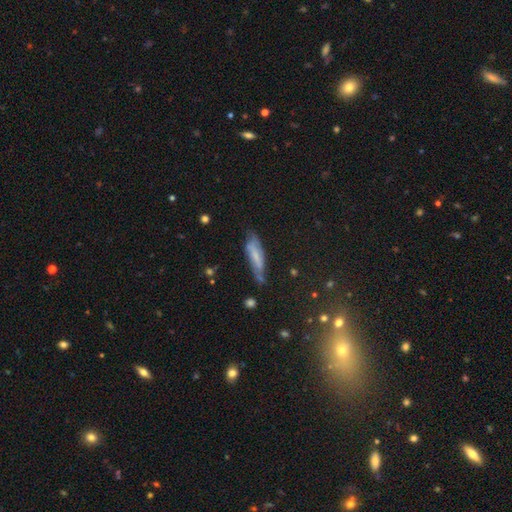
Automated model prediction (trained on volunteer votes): Smooth or featured?
  - smooth: 52% *
  - featured or disk: 37%
  - star or artifact: 12%
How rounded?
  - cigar-shaped: 67% *
  - in between: 31%
  - round: 2%
Merging?
  - none: 55% *
  - minor disturbance: 30%
  - major disturbance: 11%
  - merger: 4%